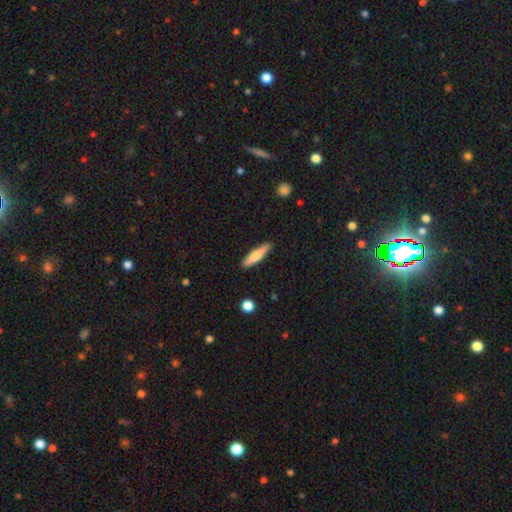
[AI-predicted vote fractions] This appears to be a smooth galaxy with no disk features (64%) that is cigar-shaped (80%). Merging: none (89%).